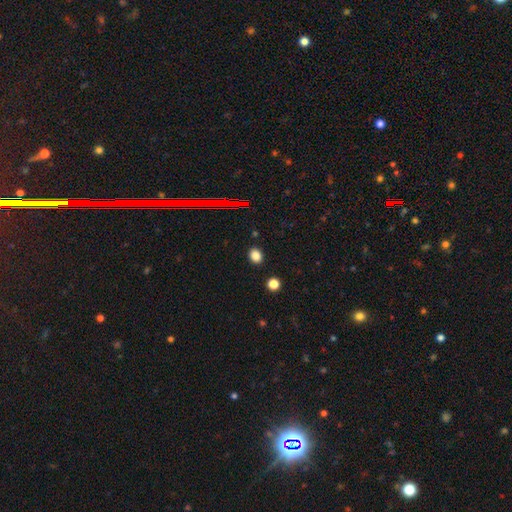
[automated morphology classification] Smooth or featured? Predicted: smooth (p=0.82). How rounded? Predicted: in between (p=0.52). Merging? Predicted: none (p=0.89).